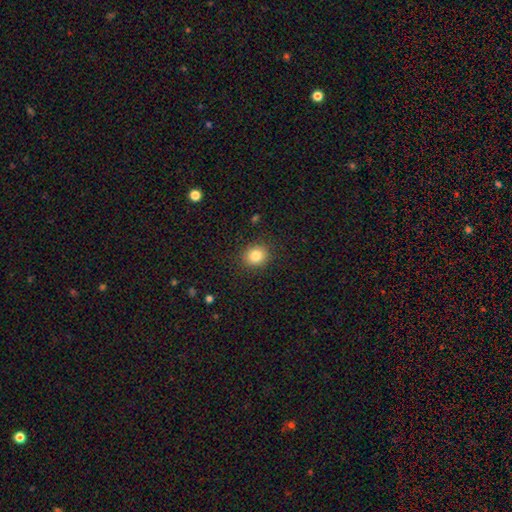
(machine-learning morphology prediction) This appears to be a smooth galaxy with no disk features (84%) that is round (76%). Merging: none (88%).